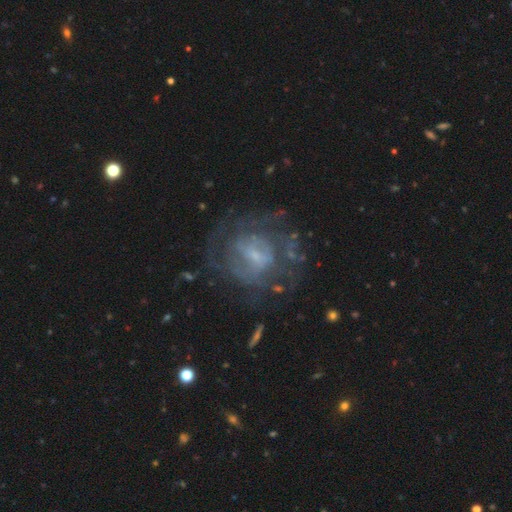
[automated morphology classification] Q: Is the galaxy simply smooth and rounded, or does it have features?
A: featured or disk — 75%.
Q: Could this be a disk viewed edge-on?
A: no — 97%.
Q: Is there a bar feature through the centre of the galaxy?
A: weak — 47%.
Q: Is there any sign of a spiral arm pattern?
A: yes — 70%.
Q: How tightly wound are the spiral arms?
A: tight — 51%.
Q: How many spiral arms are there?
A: can't tell — 56%.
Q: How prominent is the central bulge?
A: small — 62%.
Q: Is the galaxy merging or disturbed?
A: none — 64%.